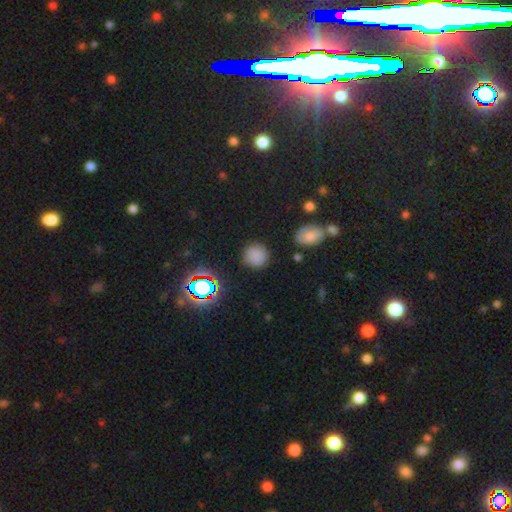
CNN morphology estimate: Q: Smooth or featured?
A: smooth (78%); runner-up: star or artifact (16%)
Q: How rounded?
A: round (92%); runner-up: in between (7%)
Q: Merging?
A: none (86%); runner-up: minor disturbance (9%)